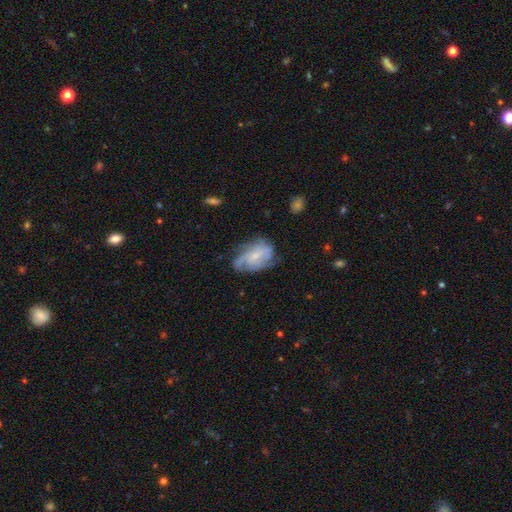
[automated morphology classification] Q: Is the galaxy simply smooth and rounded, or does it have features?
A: featured or disk — 71%.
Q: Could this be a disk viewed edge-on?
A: no — 97%.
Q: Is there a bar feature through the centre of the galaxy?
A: no — 62%.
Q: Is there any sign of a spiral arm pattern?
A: yes — 88%.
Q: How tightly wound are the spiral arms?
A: medium — 41%.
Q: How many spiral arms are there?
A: can't tell — 34%.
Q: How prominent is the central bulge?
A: small — 67%.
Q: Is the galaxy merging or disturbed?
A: none — 58%.